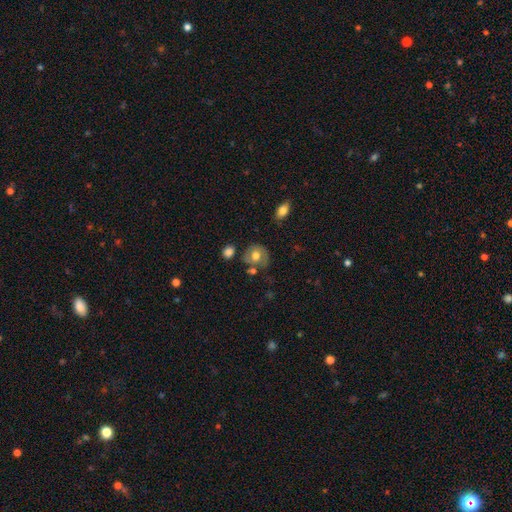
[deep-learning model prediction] smooth-or-featured: smooth: 62% | featured or disk: 29% | star or artifact: 8%
  how-rounded: round: 73% | in between: 26% | cigar-shaped: 1%
  merging: none: 61% | minor disturbance: 22% | merger: 9% | major disturbance: 8%